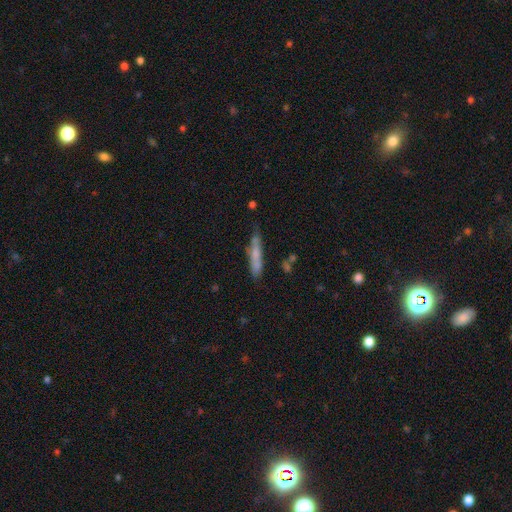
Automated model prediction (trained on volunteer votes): Morphology: type=smooth (61%); roundness=cigar-shaped (89%); merging=none (62%).